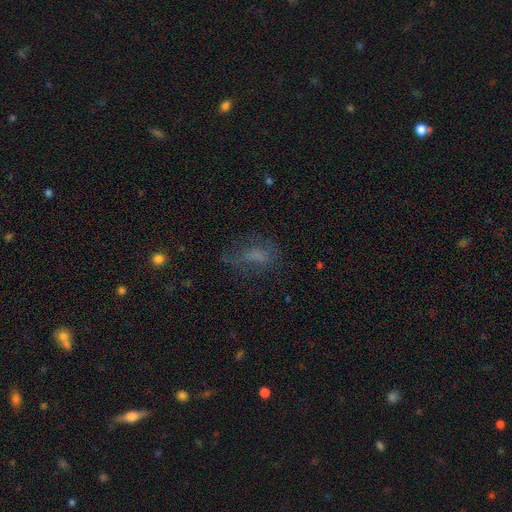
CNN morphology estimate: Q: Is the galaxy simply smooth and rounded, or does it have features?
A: smooth — 51%.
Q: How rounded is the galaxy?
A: in between — 79%.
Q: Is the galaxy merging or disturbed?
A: none — 55%.